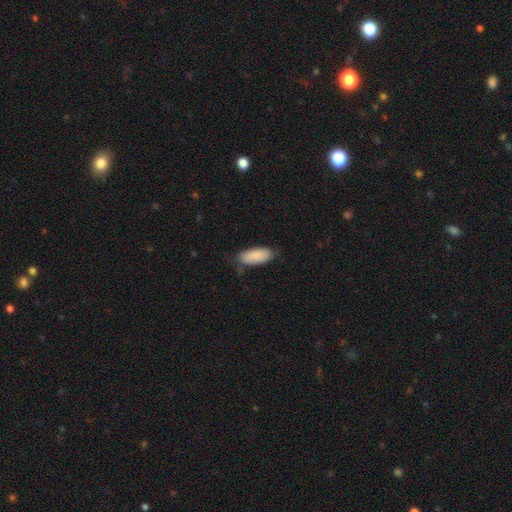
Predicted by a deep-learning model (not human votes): Smooth or featured? smooth (89%)
How rounded? in between (86%)
Merging? none (74%)